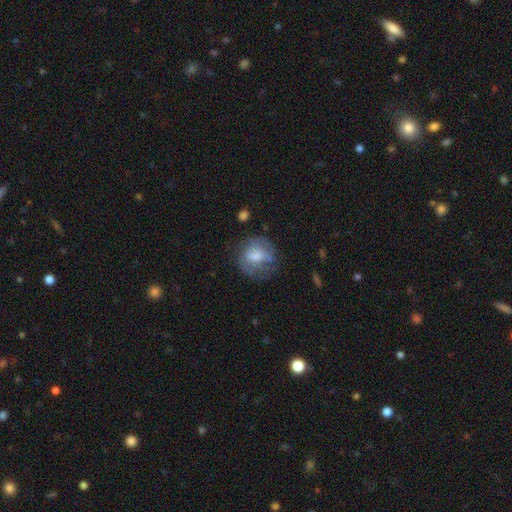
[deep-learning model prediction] Morphology: type=smooth (47%); merging=none (54%).